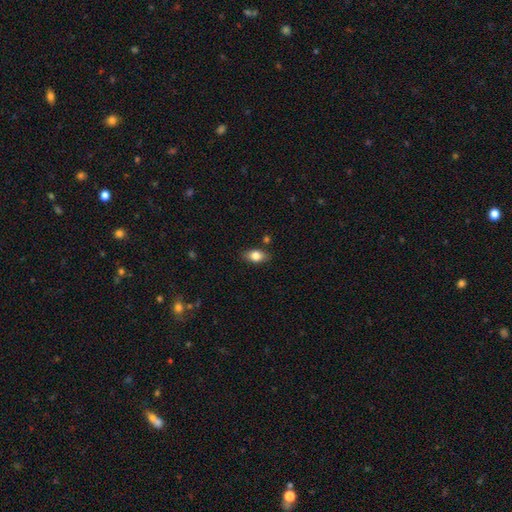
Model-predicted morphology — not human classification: Smooth or featured: smooth — 82% (featured or disk — 10%)
How rounded: in between — 84% (round — 12%)
Merging: none — 83% (minor disturbance — 12%)